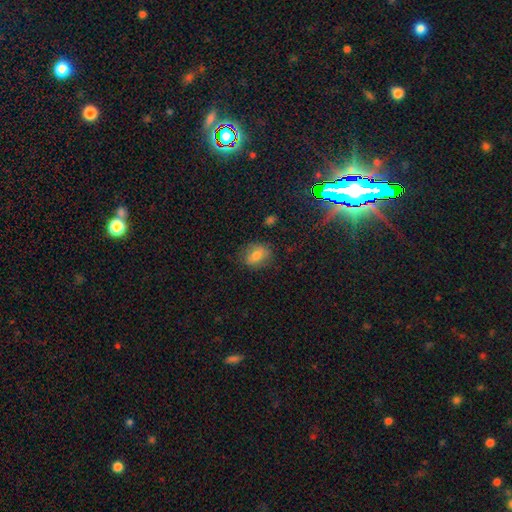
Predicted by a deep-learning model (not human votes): This appears to be a smooth galaxy with no disk features (72%) that is in between round and cigar-shaped (58%). Merging: none (79%).